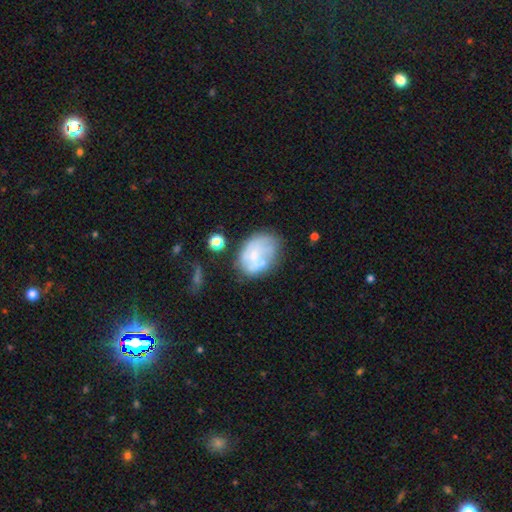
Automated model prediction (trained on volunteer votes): Smooth or featured? featured or disk (48%)
Merging? none (45%)